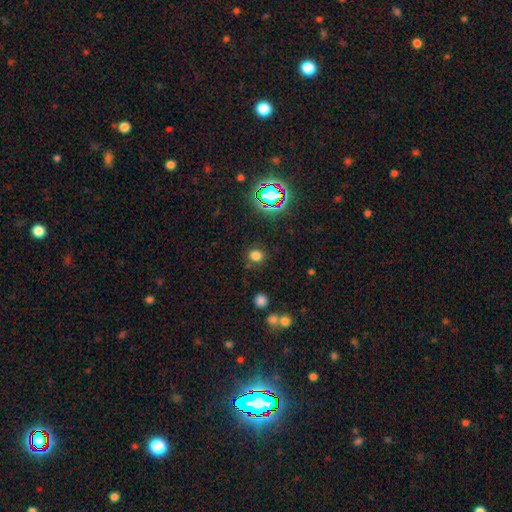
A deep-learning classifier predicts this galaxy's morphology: Overall: smooth (73%). How rounded: round (71%). Merging: none (82%).